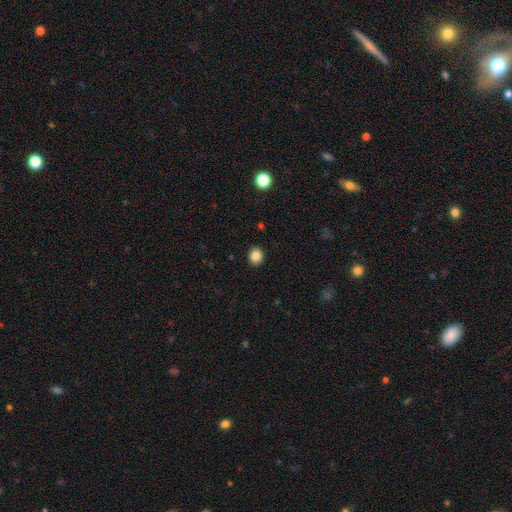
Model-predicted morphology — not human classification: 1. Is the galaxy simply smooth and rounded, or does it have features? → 85% smooth, 10% star or artifact, 5% featured or disk.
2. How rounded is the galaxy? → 71% round, 29% in between, 1% cigar-shaped.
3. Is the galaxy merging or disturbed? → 91% none, 6% minor disturbance, 2% major disturbance, 1% merger.